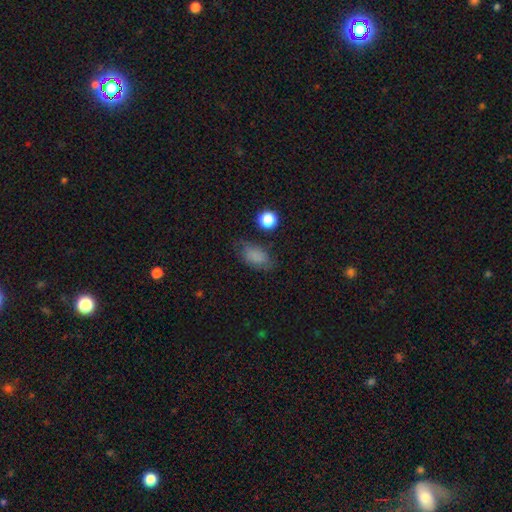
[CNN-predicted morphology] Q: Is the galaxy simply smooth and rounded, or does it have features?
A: smooth — 78%.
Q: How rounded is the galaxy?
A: in between — 86%.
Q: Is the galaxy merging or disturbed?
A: none — 66%.